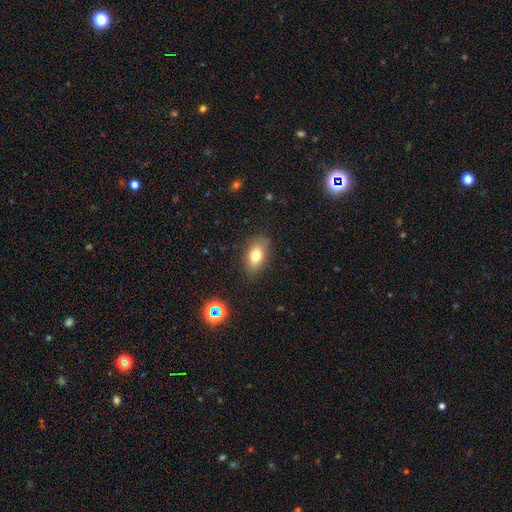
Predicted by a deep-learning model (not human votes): The model was most divided on "smooth or featured": smooth: 75%, featured or disk: 15%, star or artifact: 10%. More confident: how rounded — in between (86%); merging — none (81%).